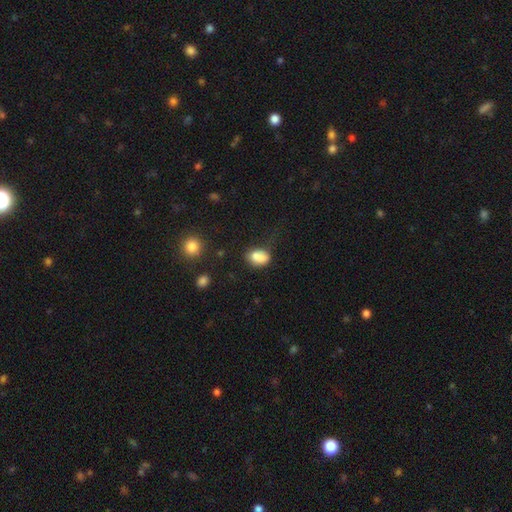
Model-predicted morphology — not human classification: This is likely a smooth galaxy (77%). How rounded: likely in between (66%). Merging: marginally none (37%, tied with merger).